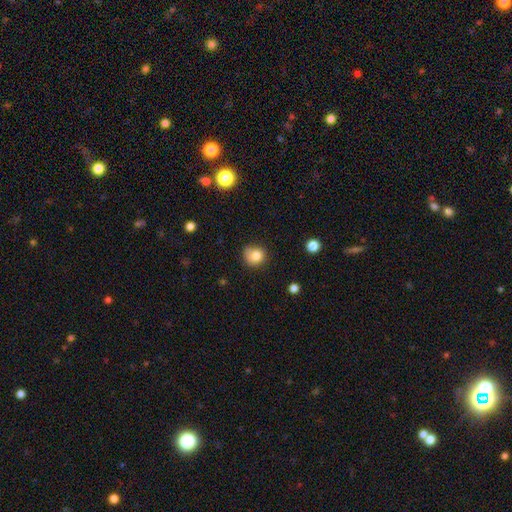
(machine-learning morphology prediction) A smooth galaxy with no disk features (82%) that is round (81%).

Vote fractions:
- Smooth or featured? smooth: 82% / star or artifact: 11% / featured or disk: 7%
- How rounded? round: 81% / in between: 18% / cigar-shaped: 1%
- Merging? none: 60% / minor disturbance: 29% / major disturbance: 8% / merger: 3%